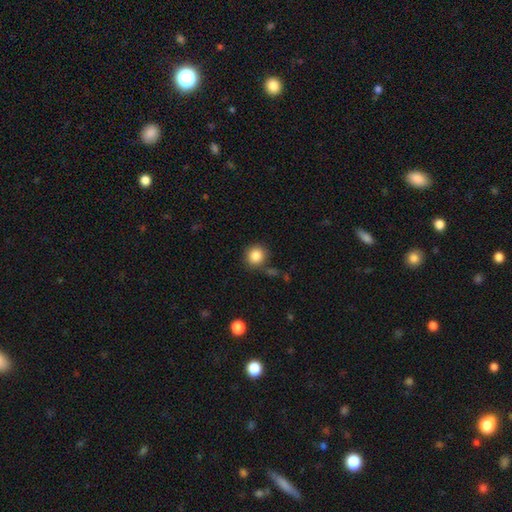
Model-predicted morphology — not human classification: This is clearly a smooth galaxy (86%). How rounded: clearly round (89%). Merging: clearly none (81%).